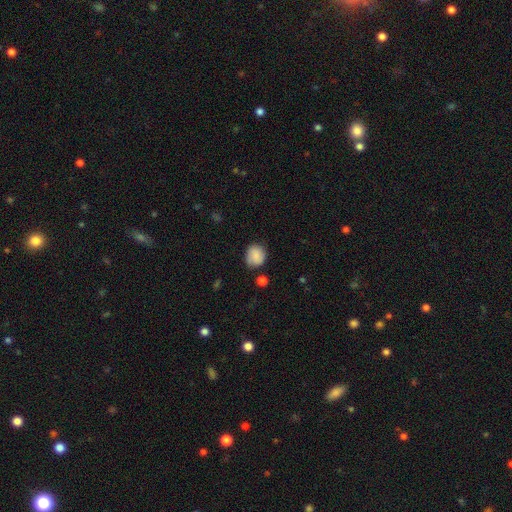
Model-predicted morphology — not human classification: smooth_or_featured: smooth (p=0.84) [alt: featured or disk p=0.08]
how_rounded: round (p=0.79) [alt: in between p=0.20]
merging: none (p=0.76) [alt: minor disturbance p=0.17]